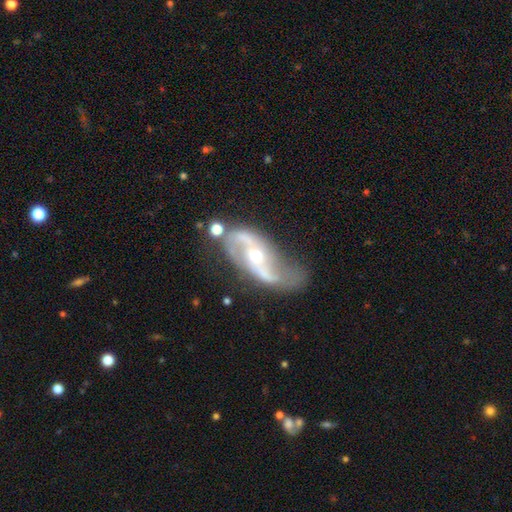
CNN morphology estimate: featured or disk 88%, smooth 6%, star or artifact 6%. Down the decision tree: edge-on disk — no (95%); bar — no (41%); spiral arms — yes (94%); spiral arm count — 2 (92%); spiral winding — loose (63%); bulge size — small (49%); merging — none (58%).